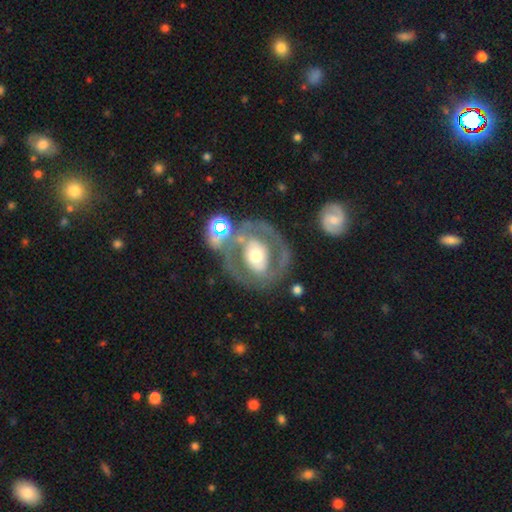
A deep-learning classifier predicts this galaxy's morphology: Smooth or featured?
  - featured or disk: 67% *
  - smooth: 26%
  - star or artifact: 7%
Edge-on disk?
  - no: 95% *
  - yes: 5%
Bar?
  - no: 56% *
  - weak: 24%
  - strong: 20%
Spiral arms?
  - no: 62% *
  - yes: 38%
Bulge size?
  - moderate: 62% *
  - large: 23%
  - small: 11%
  - dominant: 3%
  - none: 1%
Merging?
  - none: 62% *
  - minor disturbance: 14%
  - major disturbance: 12%
  - merger: 11%